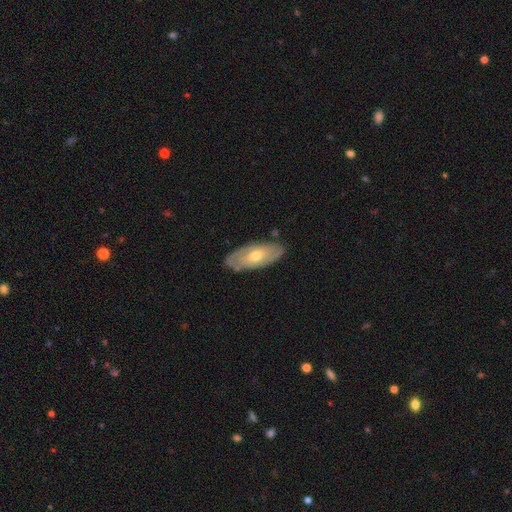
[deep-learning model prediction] smooth_or_featured: featured or disk (p=0.66) [alt: smooth p=0.28]
disk_edge_on: no (p=0.84) [alt: yes p=0.16]
bar: no (p=0.66) [alt: weak p=0.27]
has_spiral_arms: yes (p=0.63) [alt: no p=0.37]
bulge_size: moderate (p=0.68) [alt: small p=0.26]
merging: none (p=0.81) [alt: minor disturbance p=0.14]